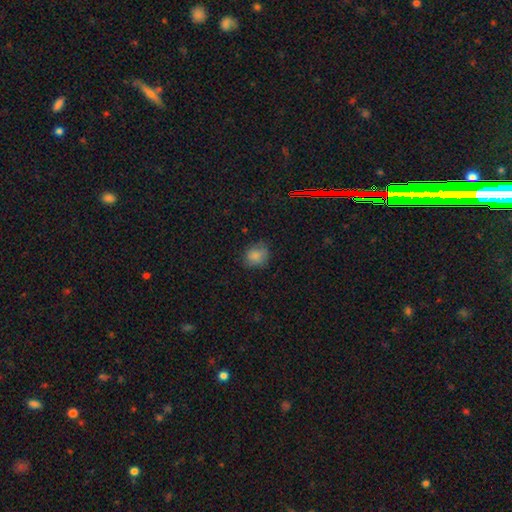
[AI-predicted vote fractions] A smooth galaxy with no disk features (82%) that is round (69%). Merging: none (74%).